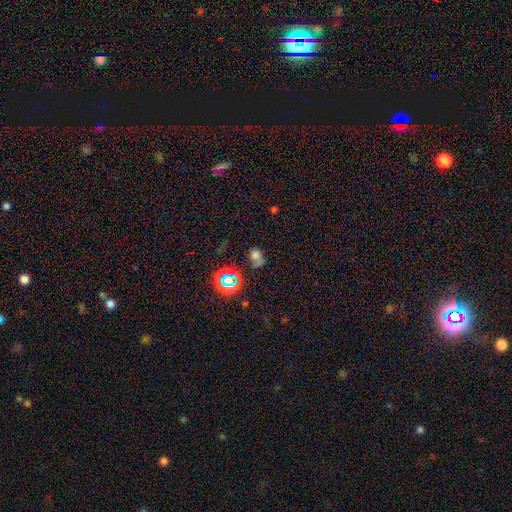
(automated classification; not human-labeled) smooth_or_featured: smooth (p=0.57) [alt: star or artifact p=0.30]
how_rounded: in between (p=0.54) [alt: round p=0.44]
merging: none (p=0.44) [alt: minor disturbance p=0.22]